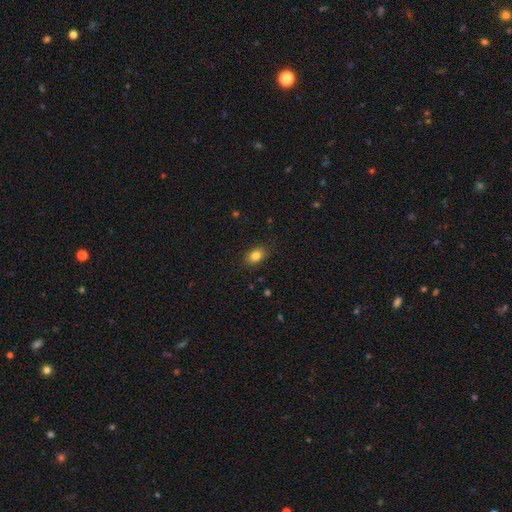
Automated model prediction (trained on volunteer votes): A smooth galaxy with no disk features (83%) that is in between round and cigar-shaped (78%). Merging: none (86%).